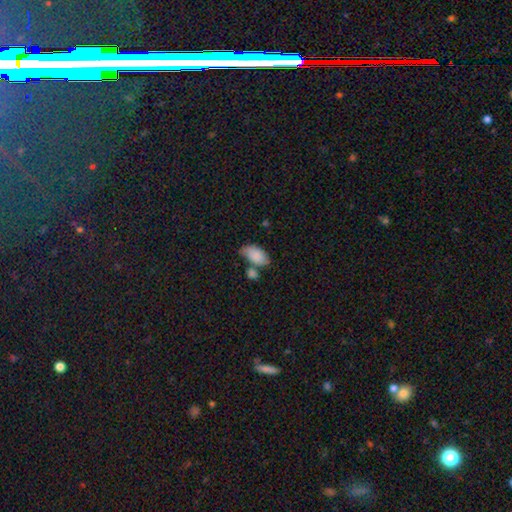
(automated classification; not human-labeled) Morphology: type=smooth (84%); roundness=in between (94%); merging=none (44%).